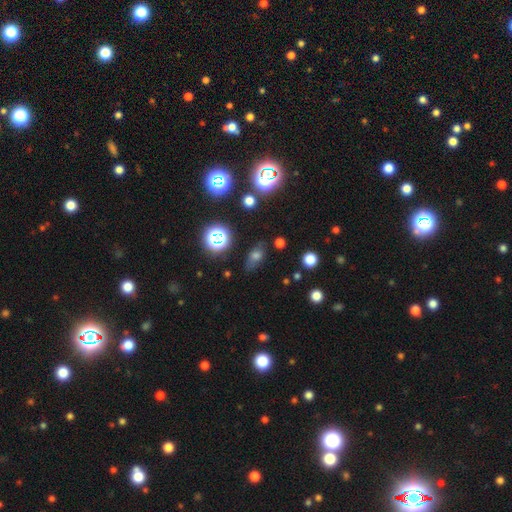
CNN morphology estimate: A smooth galaxy with no disk features (58%) that is in between round and cigar-shaped (72%). Merging: none (71%).